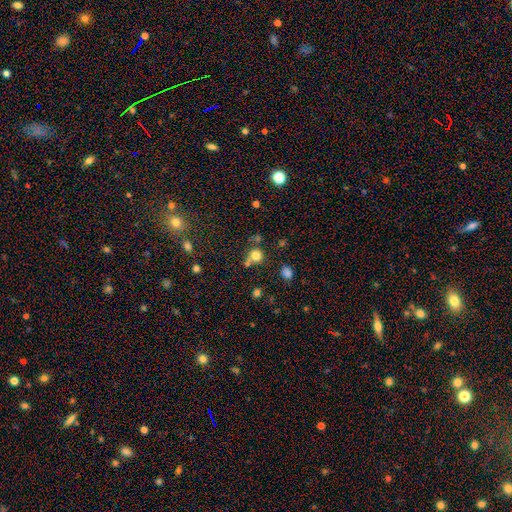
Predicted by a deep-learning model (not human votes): A smooth galaxy with no disk features (77%) that is round (87%).

Vote fractions:
- Smooth or featured? smooth: 77% / star or artifact: 15% / featured or disk: 9%
- How rounded? round: 87% / in between: 12% / cigar-shaped: 1%
- Merging? none: 57% / merger: 25% / minor disturbance: 13% / major disturbance: 6%